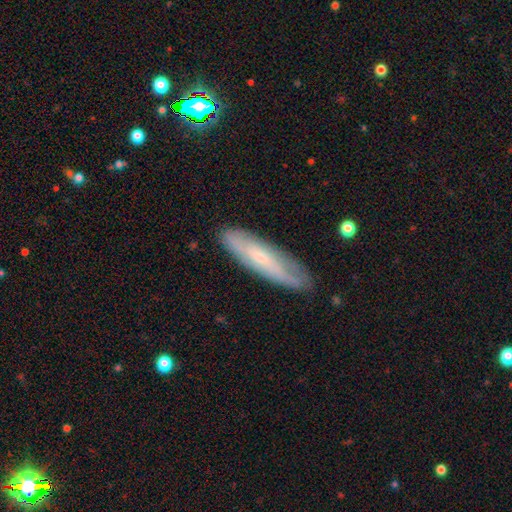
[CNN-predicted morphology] Smooth or featured: smooth — 45% (tied with featured or disk — 45%)
Merging: none — 82% (minor disturbance — 14%)